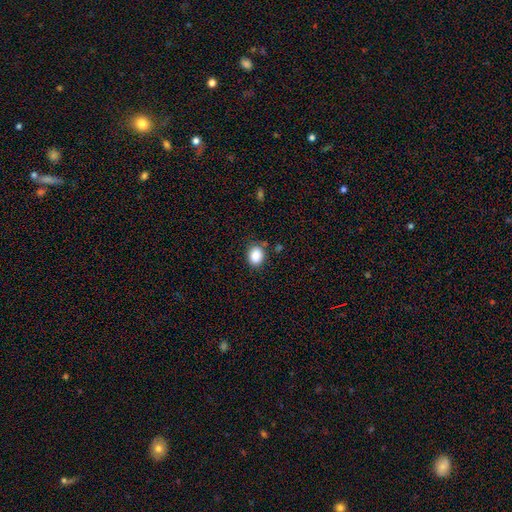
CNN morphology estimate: Q: Smooth or featured?
A: smooth (88%); runner-up: star or artifact (9%)
Q: How rounded?
A: in between (52%); runner-up: round (47%)
Q: Merging?
A: none (80%); runner-up: minor disturbance (13%)